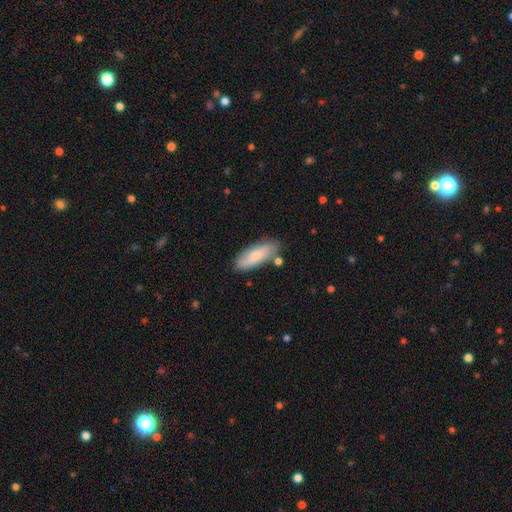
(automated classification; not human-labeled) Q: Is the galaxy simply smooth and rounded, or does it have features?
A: smooth — 77%.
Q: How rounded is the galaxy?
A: in between — 64%.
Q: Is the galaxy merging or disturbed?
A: none — 75%.